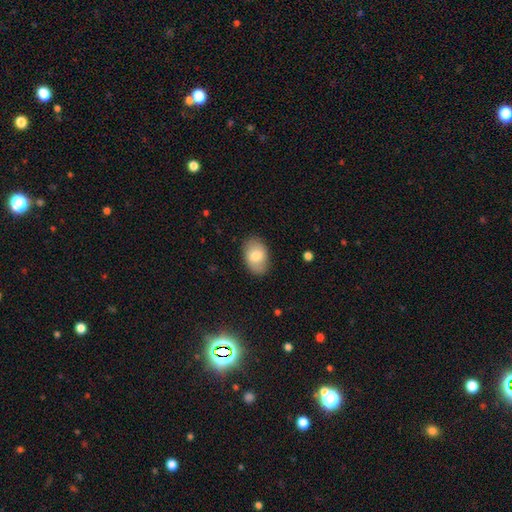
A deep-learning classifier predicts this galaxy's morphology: A smooth galaxy with no disk features (77%) that is in between round and cigar-shaped (86%). Merging: none (85%).